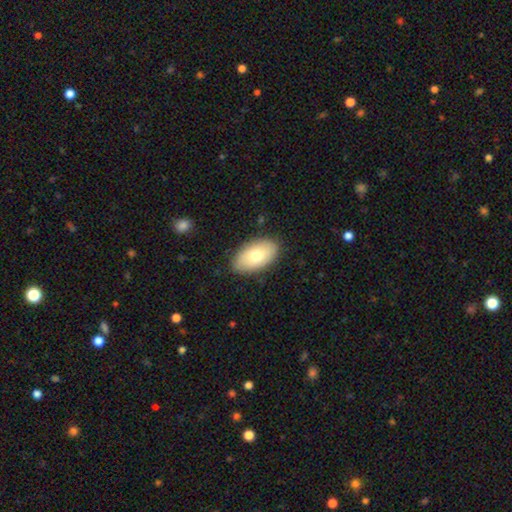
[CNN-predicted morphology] Q: Smooth or featured?
A: smooth (74%); runner-up: featured or disk (19%)
Q: How rounded?
A: in between (94%); runner-up: round (4%)
Q: Merging?
A: none (86%); runner-up: minor disturbance (10%)